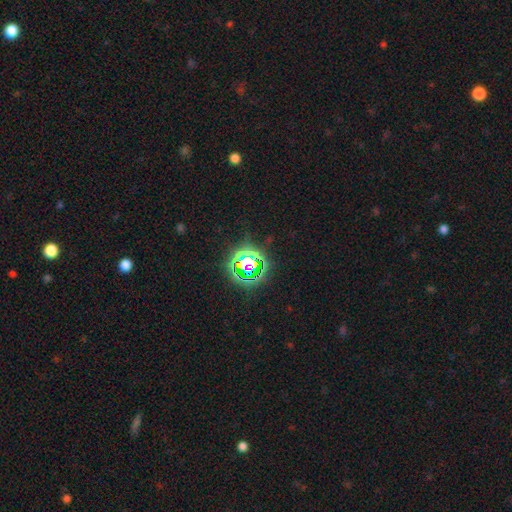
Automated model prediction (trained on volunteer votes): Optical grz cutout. It shows a star or artifact, not a galaxy (77%).